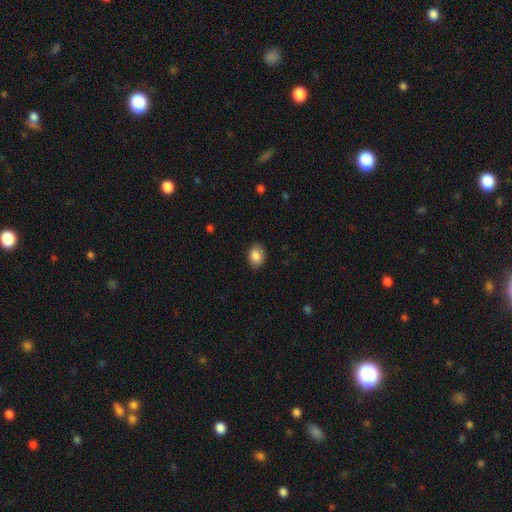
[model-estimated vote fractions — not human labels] A smooth galaxy with no disk features (86%) that is in between round and cigar-shaped (70%). Merging: none (87%).